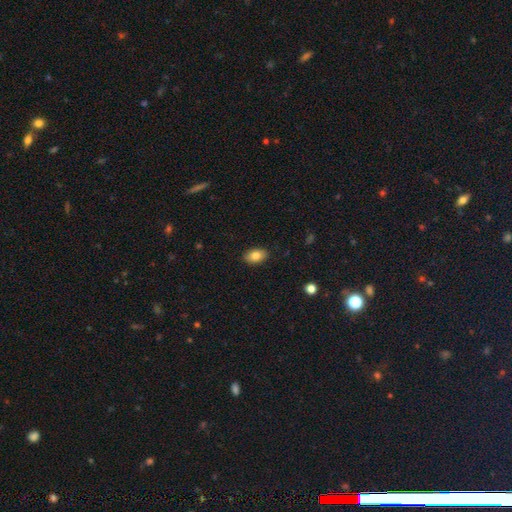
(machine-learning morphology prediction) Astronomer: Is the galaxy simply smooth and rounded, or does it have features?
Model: smooth — 82%.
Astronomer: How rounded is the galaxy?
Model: in between — 89%.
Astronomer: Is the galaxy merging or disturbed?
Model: none — 88%.